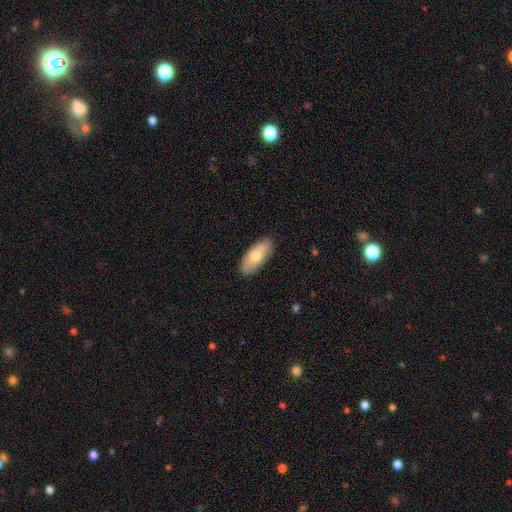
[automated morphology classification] A smooth galaxy with no disk features (69%) that is in between round and cigar-shaped (85%). Merging: none (86%).